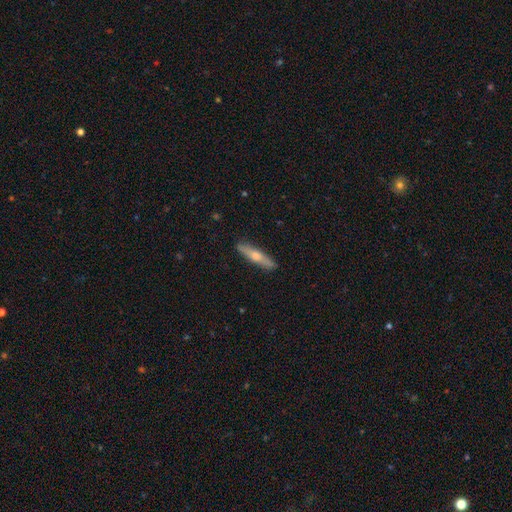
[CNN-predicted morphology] smooth_or_featured: smooth (p=0.53) [alt: featured or disk p=0.41]
how_rounded: cigar-shaped (p=0.87) [alt: in between p=0.11]
merging: none (p=0.89) [alt: minor disturbance p=0.08]